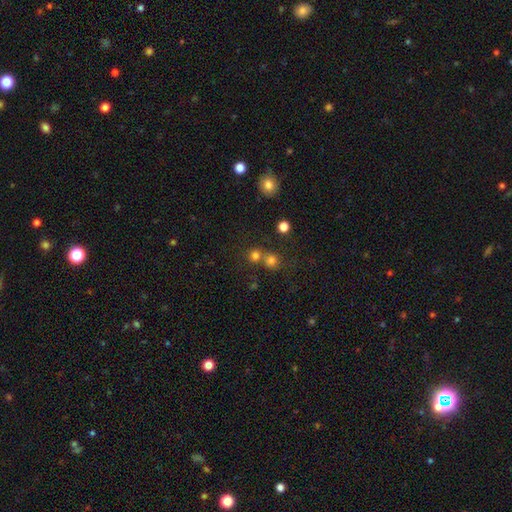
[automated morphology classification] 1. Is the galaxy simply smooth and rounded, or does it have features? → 72% smooth, 20% star or artifact, 8% featured or disk.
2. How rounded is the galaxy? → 89% round, 10% in between, 1% cigar-shaped.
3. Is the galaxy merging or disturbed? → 58% none, 33% merger, 6% minor disturbance, 3% major disturbance.